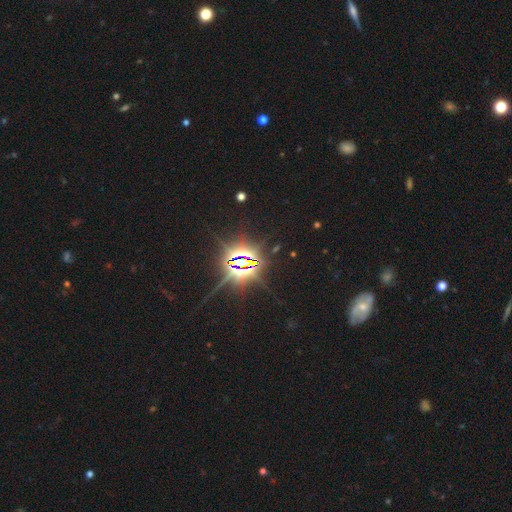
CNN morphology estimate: Smooth or featured?
  - star or artifact: 84% *
  - featured or disk: 10%
  - smooth: 6%